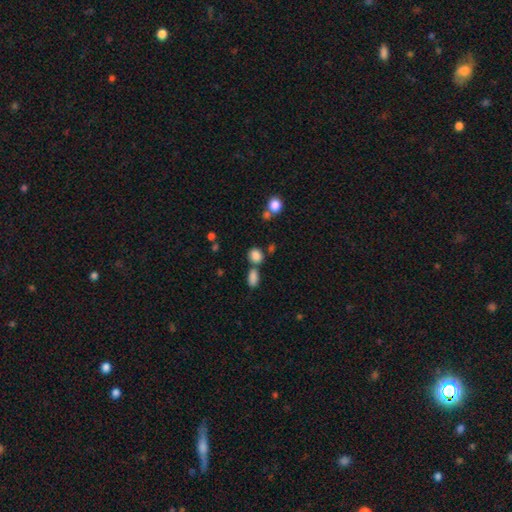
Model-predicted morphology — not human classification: This is clearly a smooth galaxy (83%). How rounded: possibly round (58%). Merging: possibly none (58%).